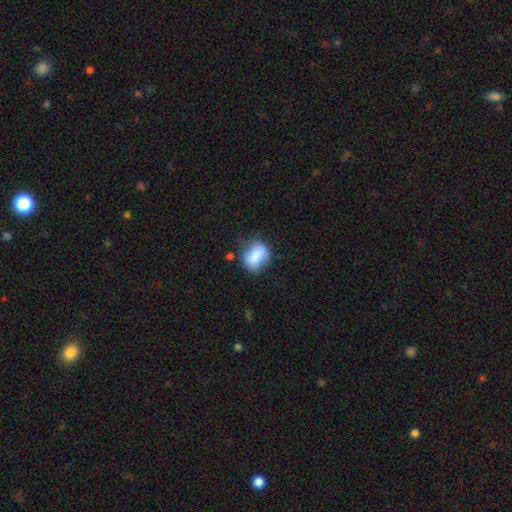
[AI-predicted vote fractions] Smooth or featured: smooth — 79% (featured or disk — 13%)
How rounded: in between — 60% (round — 39%)
Merging: none — 53% (minor disturbance — 31%)